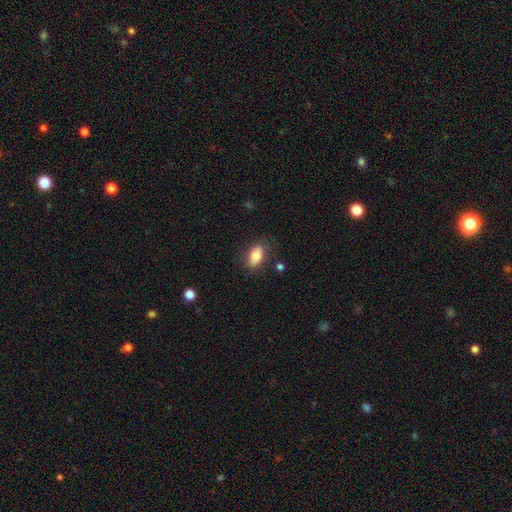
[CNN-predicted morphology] smooth-or-featured: smooth: 79% | featured or disk: 14% | star or artifact: 8%
  how-rounded: in between: 87% | round: 9% | cigar-shaped: 4%
  merging: none: 81% | minor disturbance: 13% | major disturbance: 3% | merger: 2%